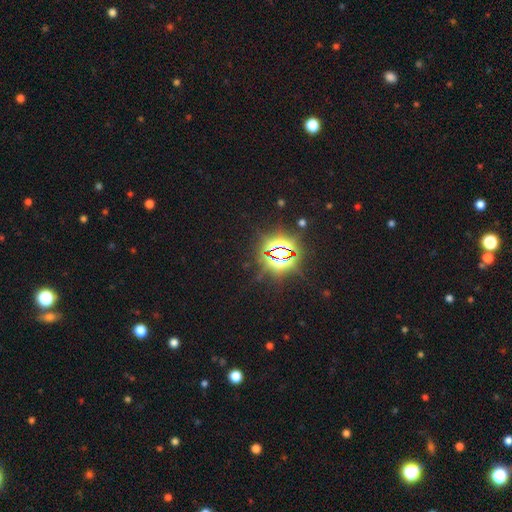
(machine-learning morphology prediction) This is likely a star or artifact rather than a galaxy (78%).